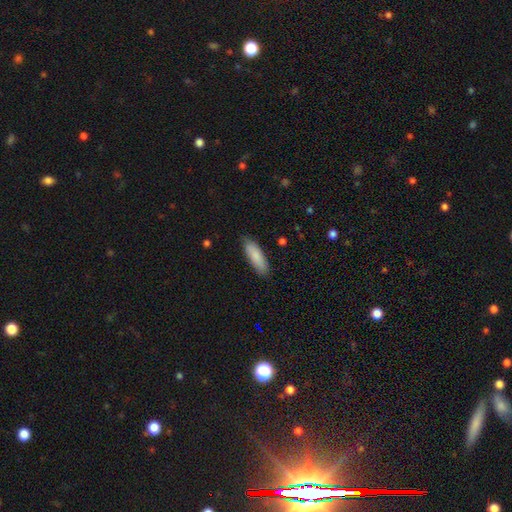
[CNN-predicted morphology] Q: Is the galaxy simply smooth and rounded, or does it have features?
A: smooth — 85%.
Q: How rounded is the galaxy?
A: in between — 54%.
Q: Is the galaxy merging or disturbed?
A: none — 84%.